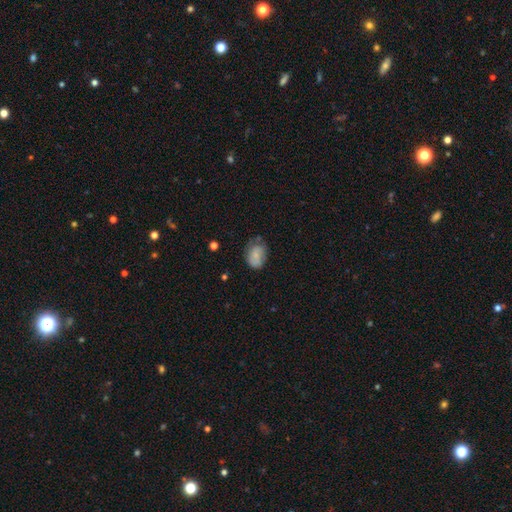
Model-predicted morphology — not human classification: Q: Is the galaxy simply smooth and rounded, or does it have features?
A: smooth — 73%.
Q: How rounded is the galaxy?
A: in between — 76%.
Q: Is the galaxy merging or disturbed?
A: none — 47%.